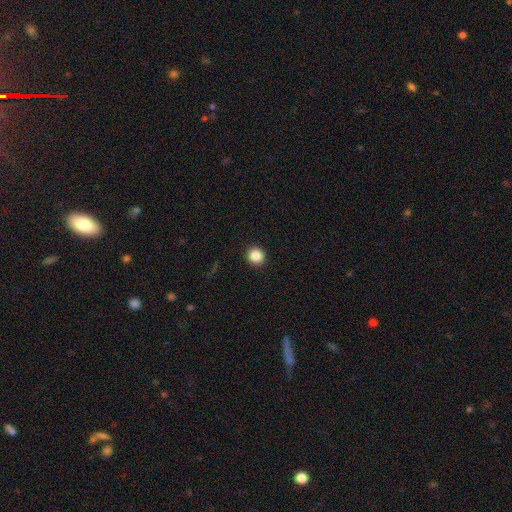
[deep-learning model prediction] This is clearly a smooth galaxy (86%). How rounded: clearly round (93%). Merging: clearly none (93%).